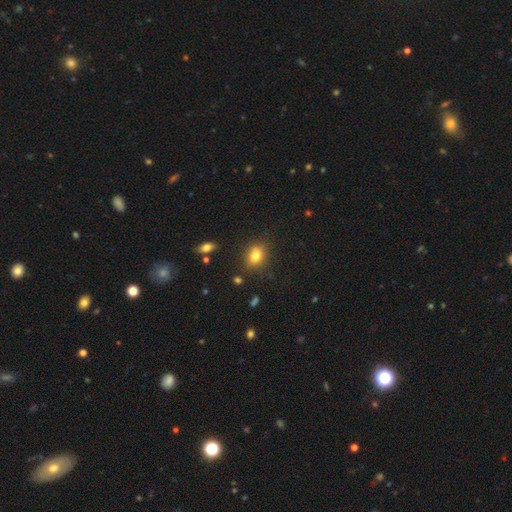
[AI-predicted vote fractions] Morphology: type=smooth (81%); roundness=in between (54%); merging=none (83%).